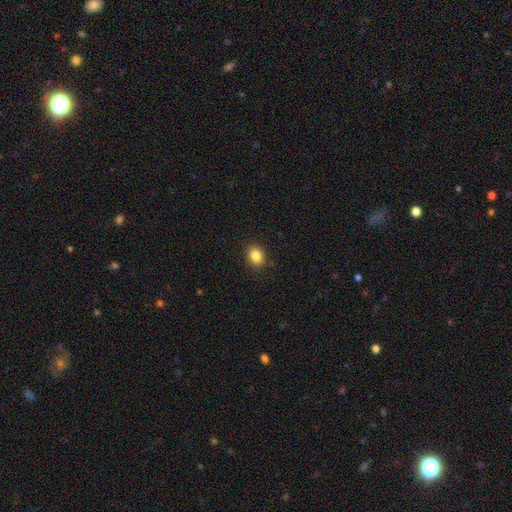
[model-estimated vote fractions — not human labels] Q: Smooth or featured?
A: smooth (85%); runner-up: star or artifact (10%)
Q: How rounded?
A: round (50%); runner-up: in between (49%)
Q: Merging?
A: none (90%); runner-up: minor disturbance (7%)